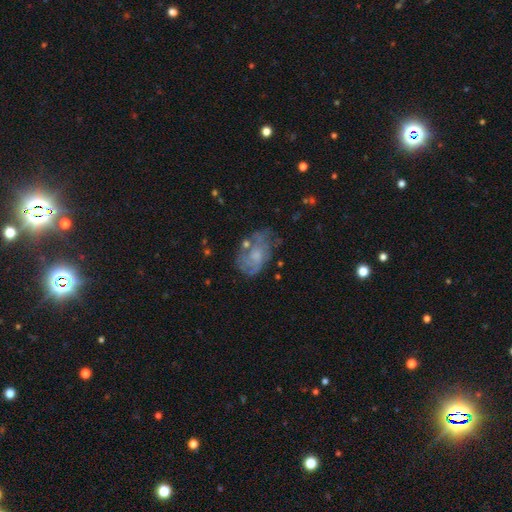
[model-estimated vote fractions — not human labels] A featured or disk galaxy (58%) with no bar (80%), spiral arms (57%) and a small central bulge (39%).

Vote fractions:
- Smooth or featured? featured or disk: 58% / smooth: 33% / star or artifact: 9%
- Edge-on disk? no: 96% / yes: 4%
- Bar? no: 80% / weak: 17% / strong: 2%
- Spiral arms? yes: 57% / no: 43%
- Bulge size? small: 39% / moderate: 36% / none: 19% / large: 4% / dominant: 1%
- Merging? none: 50% / minor disturbance: 26% / major disturbance: 18% / merger: 6%